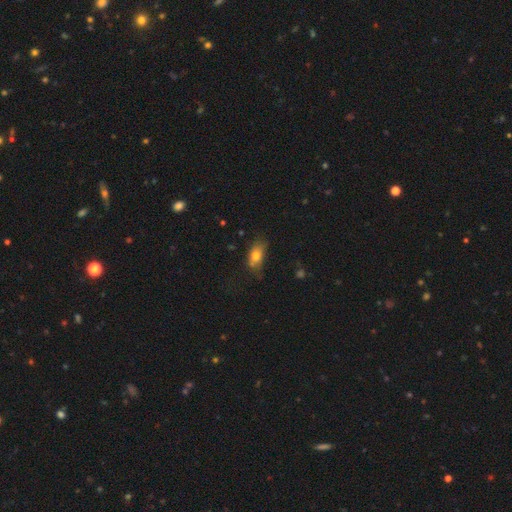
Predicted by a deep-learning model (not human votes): smooth_or_featured: smooth (p=0.75) [alt: featured or disk p=0.15]
how_rounded: in between (p=0.84) [alt: round p=0.09]
merging: none (p=0.59) [alt: minor disturbance p=0.29]